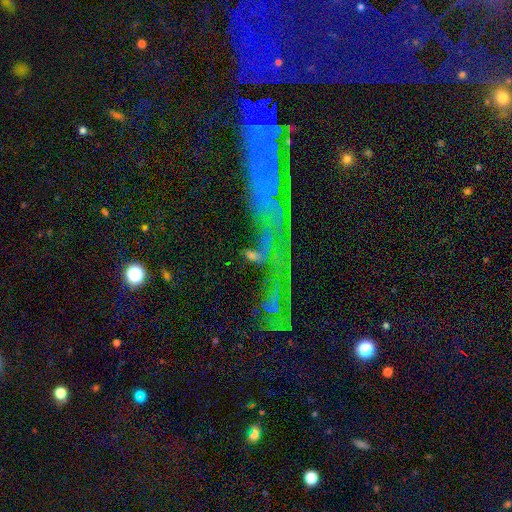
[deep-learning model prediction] star or artifact 50%, smooth 27%, featured or disk 23%.